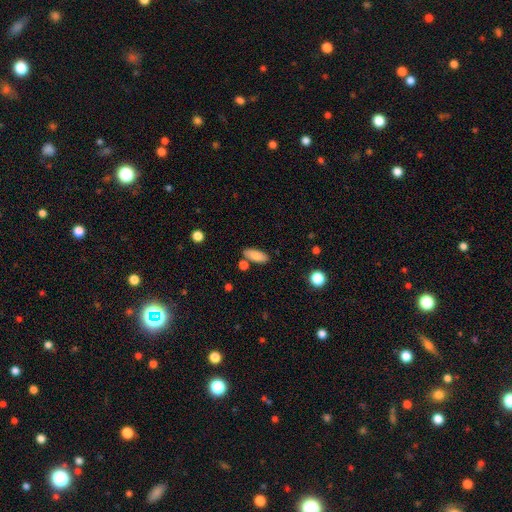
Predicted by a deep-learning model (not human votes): The model was most divided on "how rounded": in between: 77%, cigar-shaped: 21%, round: 2%. More confident: smooth or featured — smooth (84%); merging — none (77%).